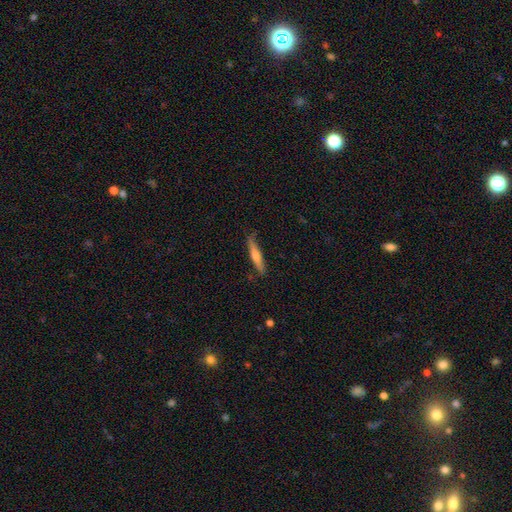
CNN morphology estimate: A featured or disk galaxy (49%).

Vote fractions:
- Smooth or featured? featured or disk: 49% / smooth: 45% / star or artifact: 6%
- Merging? none: 83% / minor disturbance: 14% / major disturbance: 2% / merger: 1%